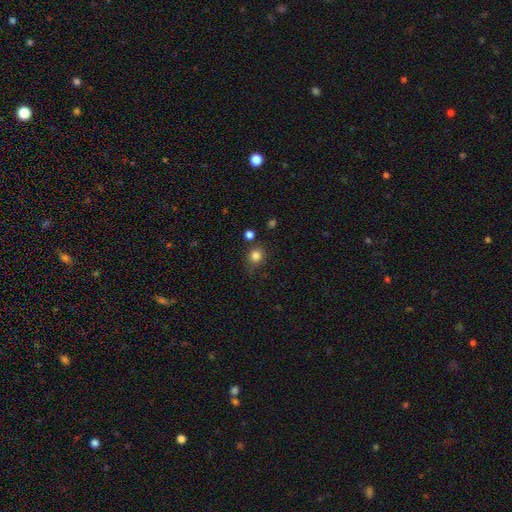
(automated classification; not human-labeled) Q: Smooth or featured?
A: smooth (83%); runner-up: star or artifact (12%)
Q: How rounded?
A: round (86%); runner-up: in between (14%)
Q: Merging?
A: none (75%); runner-up: minor disturbance (14%)